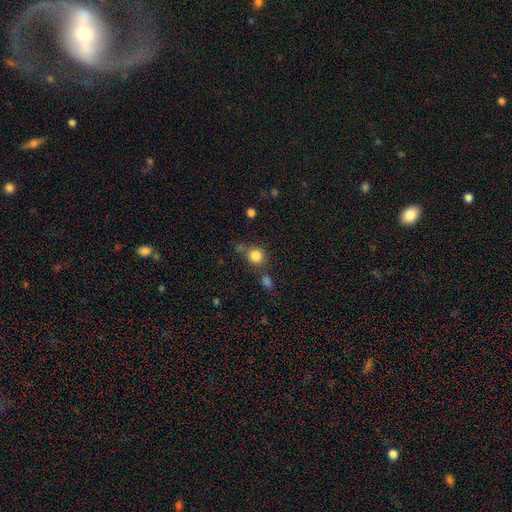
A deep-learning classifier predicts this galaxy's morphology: type=smooth (83%); roundness=round (84%); merging=none (64%).